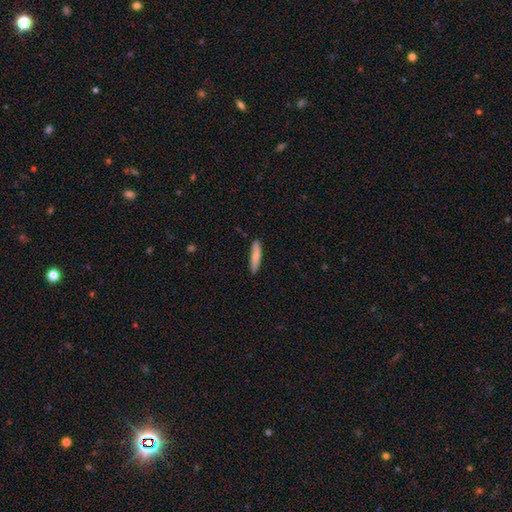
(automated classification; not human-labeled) Smooth or featured? smooth (79%)
How rounded? cigar-shaped (85%)
Merging? none (86%)